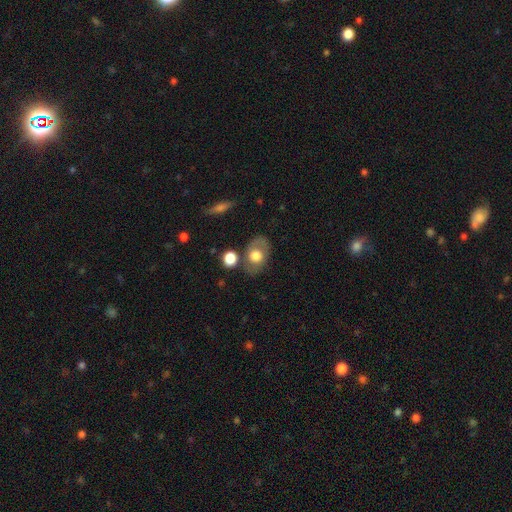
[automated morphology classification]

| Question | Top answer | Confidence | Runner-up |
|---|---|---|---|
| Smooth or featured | smooth | 58% | featured or disk (34%) |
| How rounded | in between | 69% | round (29%) |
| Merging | none | 68% | minor disturbance (17%) |